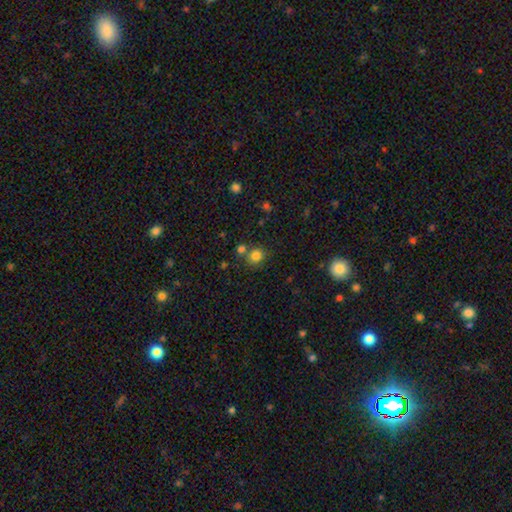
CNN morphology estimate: A smooth galaxy with no disk features (81%) that is round (82%). Merging: none (66%).